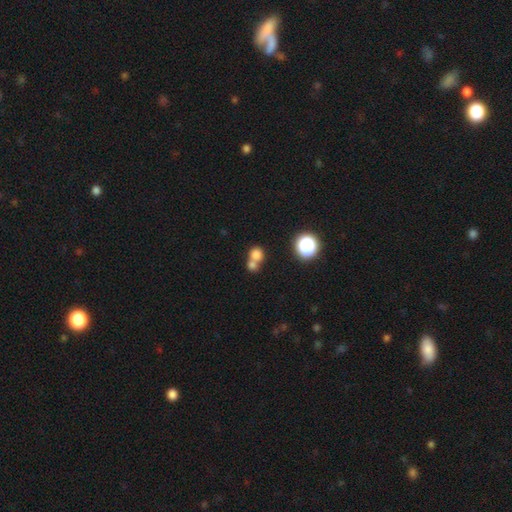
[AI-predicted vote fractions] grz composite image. It shows a smooth galaxy with no disk features (76%) that is round (78%). Merging: merger (56%).